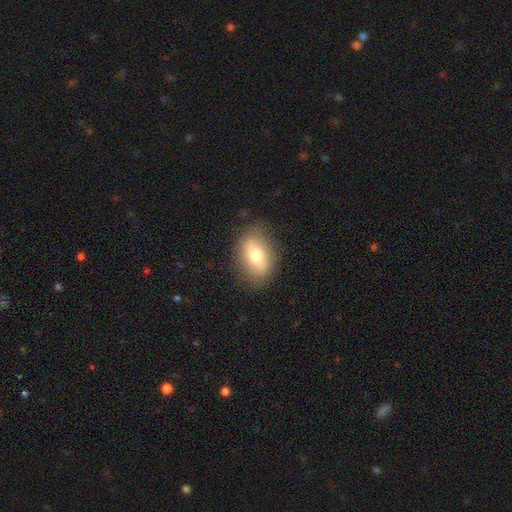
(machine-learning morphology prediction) A smooth galaxy with no disk features (65%) that is in between round and cigar-shaped (81%).

Vote fractions:
- Smooth or featured? smooth: 65% / featured or disk: 27% / star or artifact: 8%
- How rounded? in between: 81% / round: 17% / cigar-shaped: 3%
- Merging? none: 82% / minor disturbance: 13% / major disturbance: 4% / merger: 1%